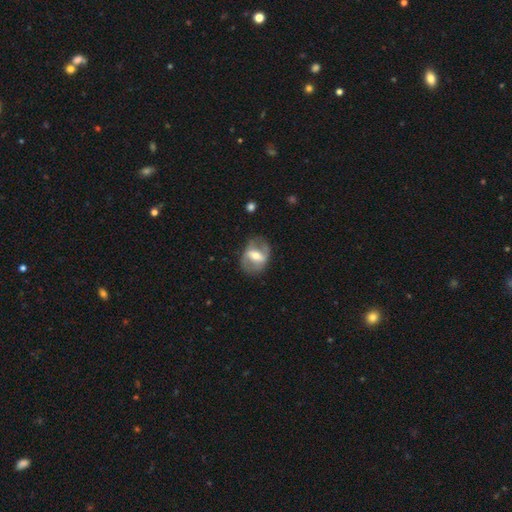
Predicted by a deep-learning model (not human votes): The model was most divided on "spiral arms": yes: 54%, no: 46%. More confident: edge-on disk — no (91%); merging — none (73%); smooth or featured — featured or disk (70%); bulge size — moderate (62%); bar — strong (60%).